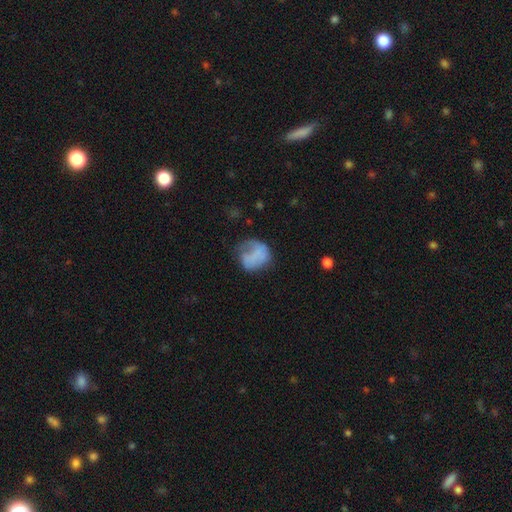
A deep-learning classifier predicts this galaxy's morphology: Q: Smooth or featured?
A: smooth (64%); runner-up: featured or disk (27%)
Q: How rounded?
A: round (65%); runner-up: in between (34%)
Q: Merging?
A: none (35%); runner-up: major disturbance (32%)